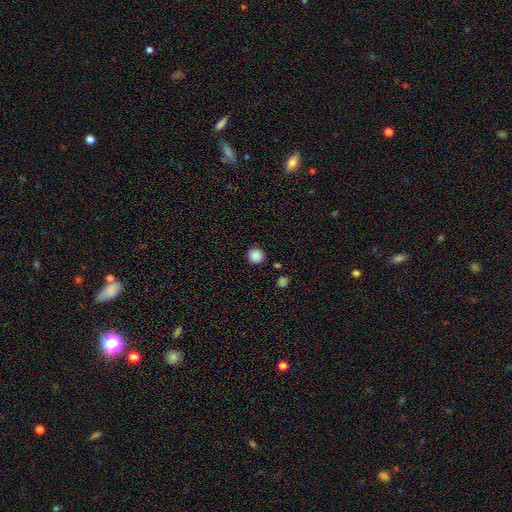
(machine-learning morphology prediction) This appears to be a smooth galaxy with no disk features (88%) that is round (93%). Merging: none (90%).